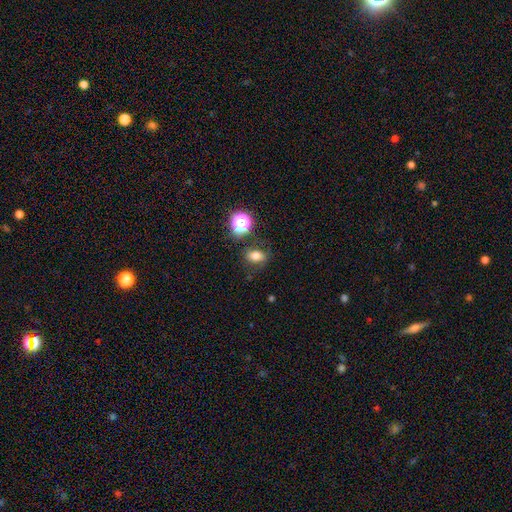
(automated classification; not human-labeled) Morphology: type=smooth (73%); roundness=in between (67%); merging=none (72%).